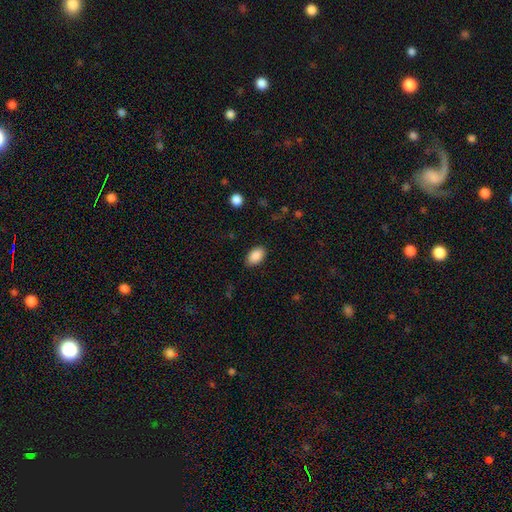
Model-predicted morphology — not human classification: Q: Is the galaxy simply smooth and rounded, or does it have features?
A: smooth — 90%.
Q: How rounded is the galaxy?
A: in between — 91%.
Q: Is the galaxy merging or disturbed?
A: none — 86%.